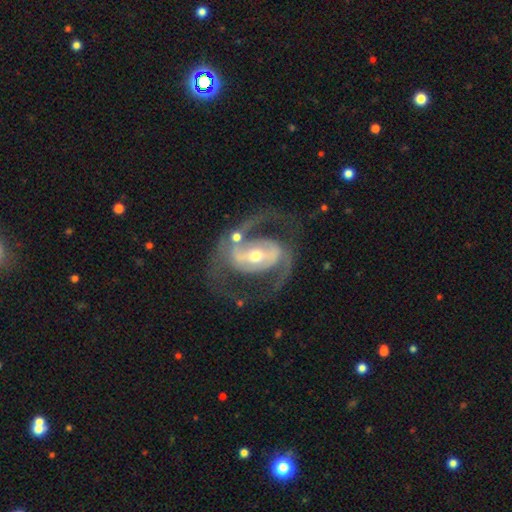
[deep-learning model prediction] Morphology: type=featured or disk (90%); edge-on=no (97%); bar=strong (50%); spiral arms=yes (93%); winding=medium (58%); arm count=2 (88%); bulge=moderate (59%); merging=none (66%).